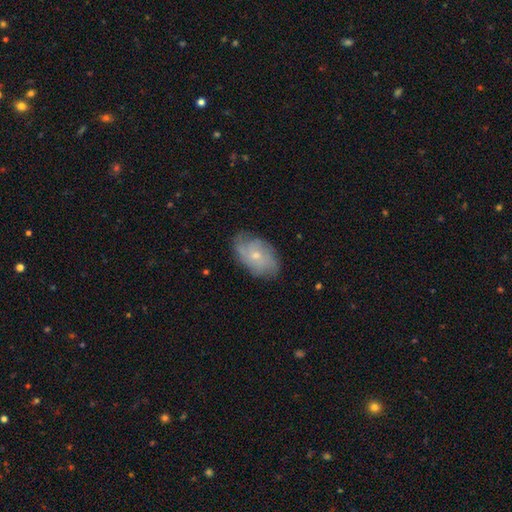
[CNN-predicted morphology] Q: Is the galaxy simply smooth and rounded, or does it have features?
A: featured or disk — 56%.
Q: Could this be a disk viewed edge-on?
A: no — 94%.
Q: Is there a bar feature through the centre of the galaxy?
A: no — 82%.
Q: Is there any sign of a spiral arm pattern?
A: yes — 76%.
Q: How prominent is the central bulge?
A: small — 65%.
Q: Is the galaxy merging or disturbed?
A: none — 71%.